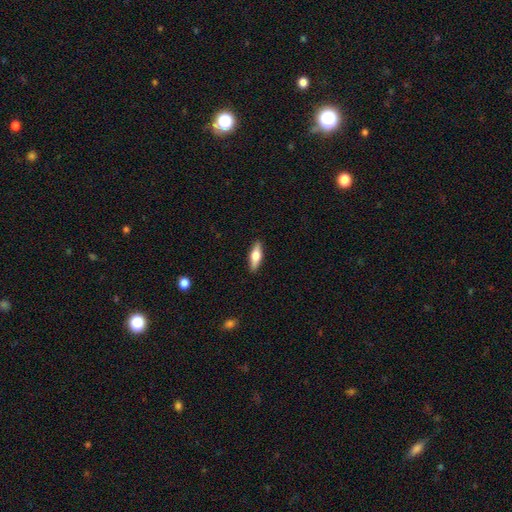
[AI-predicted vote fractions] smooth_or_featured: smooth (p=0.55) [alt: featured or disk p=0.39]
how_rounded: in between (p=0.49) [tied with: cigar-shaped p=0.49]
merging: none (p=0.89) [alt: minor disturbance p=0.08]